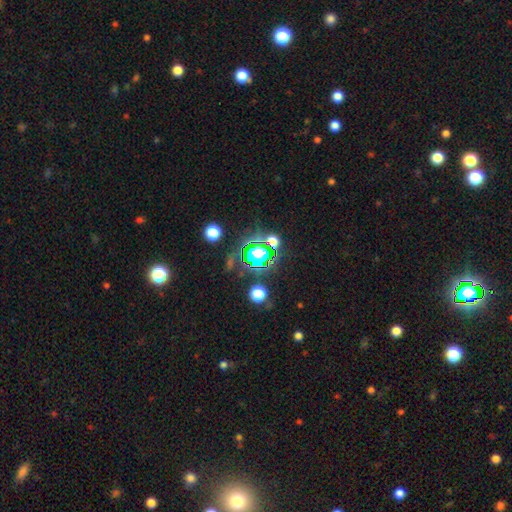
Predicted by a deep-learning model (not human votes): Q: Smooth or featured?
A: star or artifact (58%); runner-up: smooth (28%)